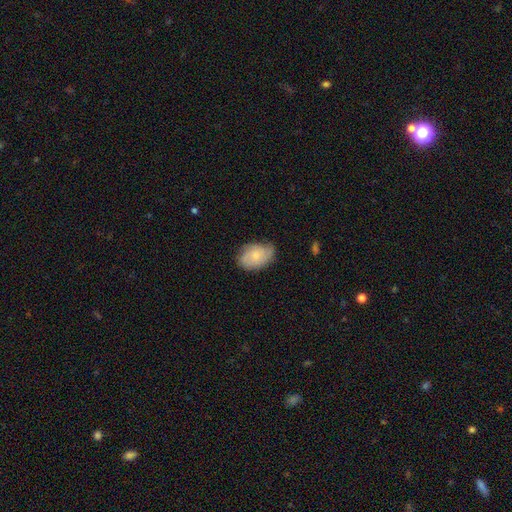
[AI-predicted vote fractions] This is possibly a smooth galaxy (54%). How rounded: clearly in between (82%). Merging: likely none (62%).